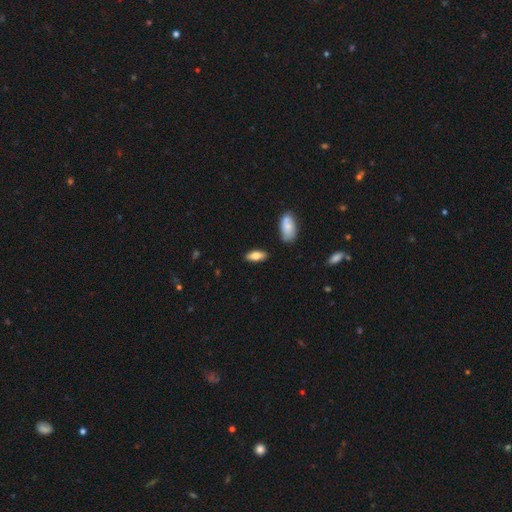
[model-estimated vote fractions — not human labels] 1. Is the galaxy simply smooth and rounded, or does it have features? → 72% smooth, 22% featured or disk, 7% star or artifact.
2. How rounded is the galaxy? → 77% in between, 21% cigar-shaped, 2% round.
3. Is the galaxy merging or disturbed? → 85% none, 10% minor disturbance, 2% merger, 2% major disturbance.